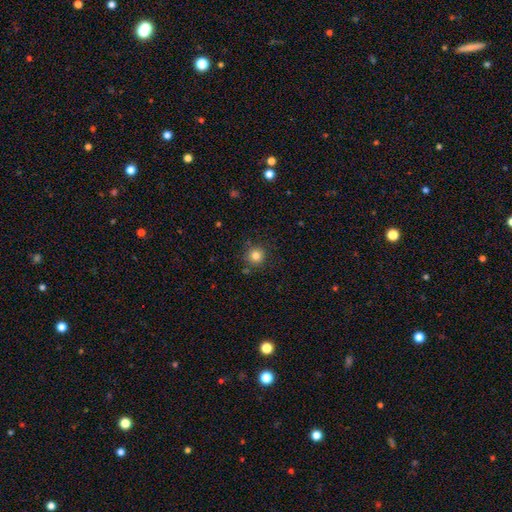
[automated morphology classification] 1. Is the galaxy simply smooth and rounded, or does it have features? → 82% smooth, 12% star or artifact, 6% featured or disk.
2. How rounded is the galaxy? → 94% round, 5% in between, 1% cigar-shaped.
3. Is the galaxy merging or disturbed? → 86% none, 8% minor disturbance, 3% merger, 2% major disturbance.